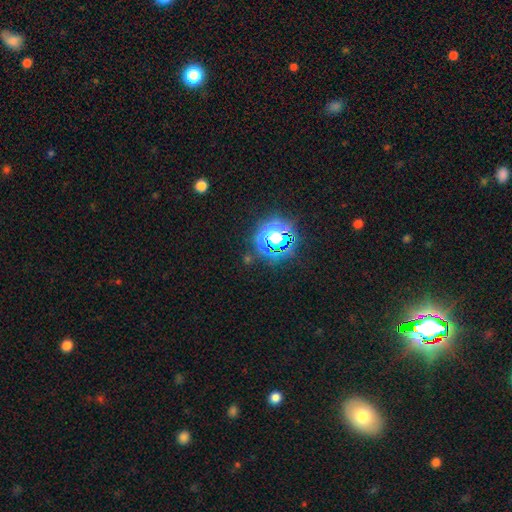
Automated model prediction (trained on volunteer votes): smooth-or-featured: star or artifact: 79% | smooth: 14% | featured or disk: 7%